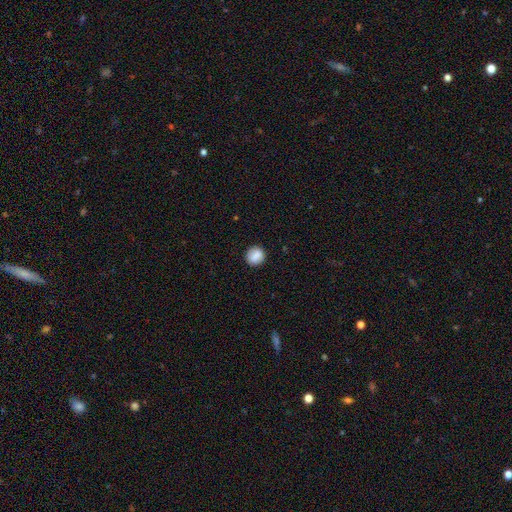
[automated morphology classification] smooth-or-featured: smooth: 85% | star or artifact: 8% | featured or disk: 7%
  how-rounded: round: 88% | in between: 11% | cigar-shaped: 1%
  merging: none: 88% | minor disturbance: 8% | major disturbance: 2% | merger: 1%